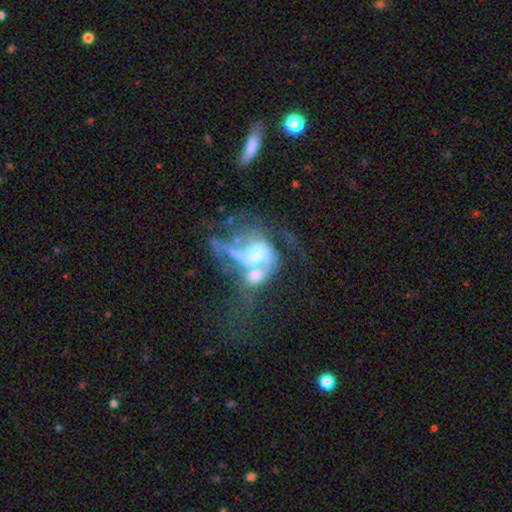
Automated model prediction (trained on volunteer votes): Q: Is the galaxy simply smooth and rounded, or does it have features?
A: featured or disk — 75%.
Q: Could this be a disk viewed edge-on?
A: no — 97%.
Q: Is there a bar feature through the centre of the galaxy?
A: no — 63%.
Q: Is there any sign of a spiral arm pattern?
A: yes — 69%.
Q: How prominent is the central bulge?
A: moderate — 58%.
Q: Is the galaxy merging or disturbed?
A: merger — 65%.